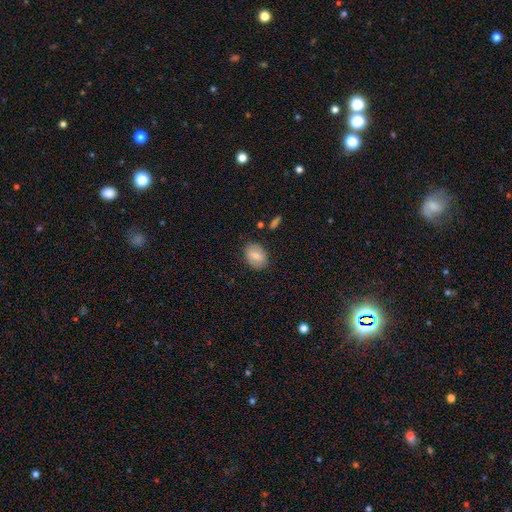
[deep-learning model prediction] Smooth or featured?
  - smooth: 72% *
  - featured or disk: 20%
  - star or artifact: 8%
How rounded?
  - in between: 67% *
  - round: 31%
  - cigar-shaped: 2%
Merging?
  - none: 81% *
  - minor disturbance: 13%
  - major disturbance: 3%
  - merger: 2%